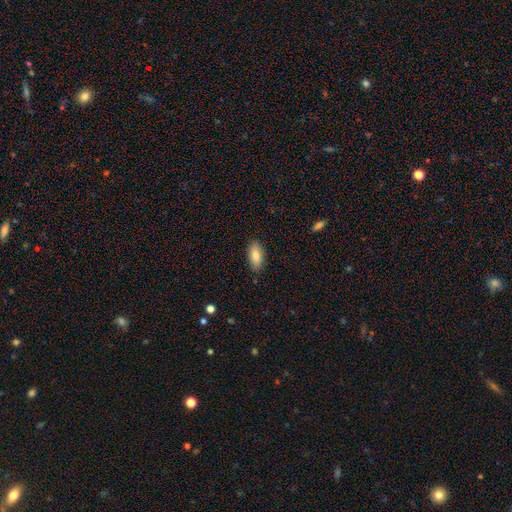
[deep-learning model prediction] Morphology: type=smooth (83%); roundness=in between (88%); merging=none (87%).